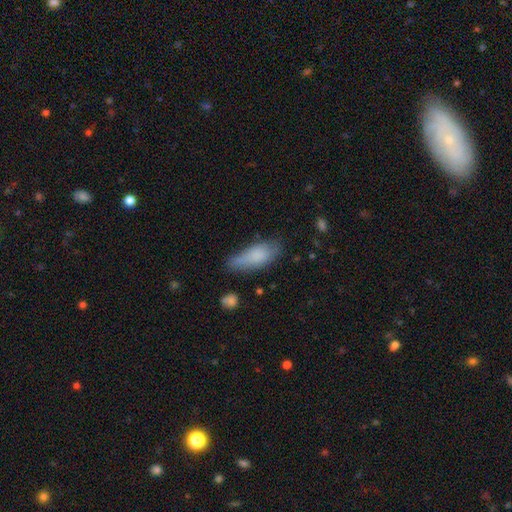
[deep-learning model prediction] smooth-or-featured: smooth: 78% | featured or disk: 14% | star or artifact: 8%
  how-rounded: in between: 69% | cigar-shaped: 29% | round: 2%
  merging: none: 53% | minor disturbance: 33% | major disturbance: 11% | merger: 4%